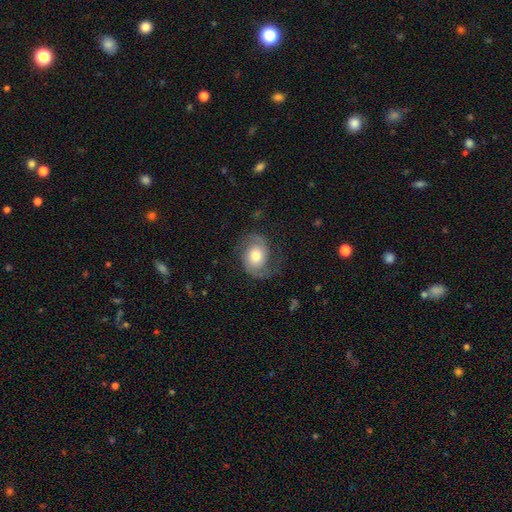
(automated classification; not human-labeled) smooth_or_featured: featured or disk (p=0.76) [alt: smooth p=0.17]
disk_edge_on: no (p=0.98) [alt: yes p=0.02]
bar: no (p=0.71) [alt: weak p=0.24]
has_spiral_arms: yes (p=0.94) [alt: no p=0.06]
spiral_winding: medium (p=0.49) [alt: loose p=0.27]
spiral_arm_count: 2 (p=0.90) [alt: can't tell p=0.04]
bulge_size: moderate (p=0.58) [alt: large p=0.25]
merging: none (p=0.70) [alt: minor disturbance p=0.17]